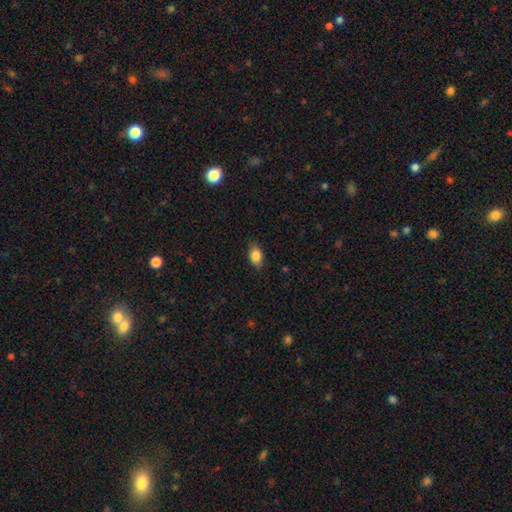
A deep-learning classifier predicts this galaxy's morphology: Smooth or featured? Predicted: smooth (p=0.86). How rounded? Predicted: in between (p=0.87). Merging? Predicted: none (p=0.84).